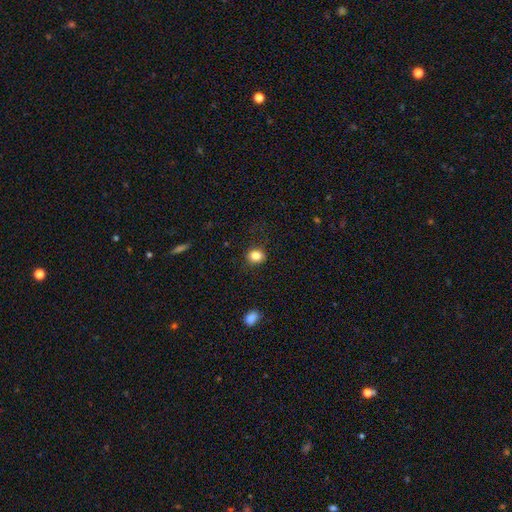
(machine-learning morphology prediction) Smooth or featured: smooth — 84% (star or artifact — 10%)
How rounded: round — 63% (in between — 36%)
Merging: none — 85% (minor disturbance — 11%)